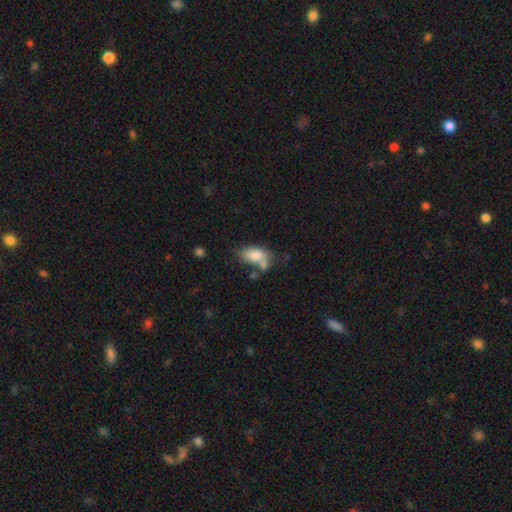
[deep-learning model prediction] Smooth or featured: smooth — 77% (featured or disk — 15%)
How rounded: in between — 91% (round — 7%)
Merging: none — 35% (merger — 34%)